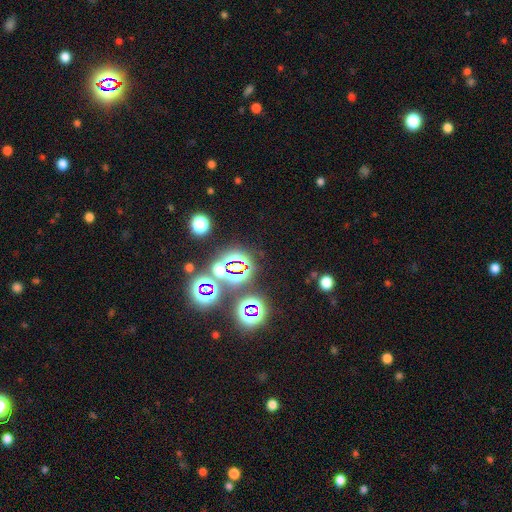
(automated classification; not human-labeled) smooth_or_featured: star or artifact (p=0.70) [alt: smooth p=0.21]